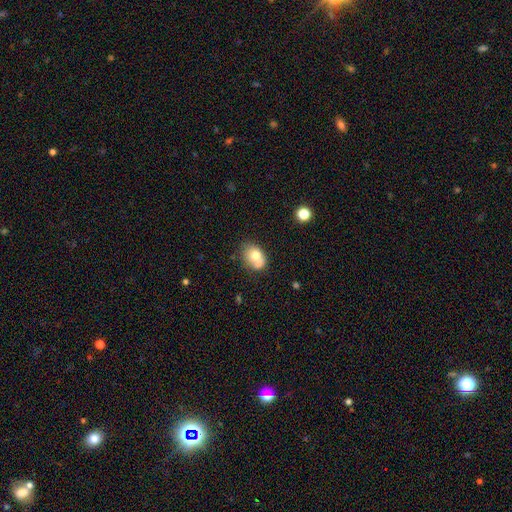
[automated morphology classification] type=smooth (71%); roundness=in between (64%); merging=none (46%).